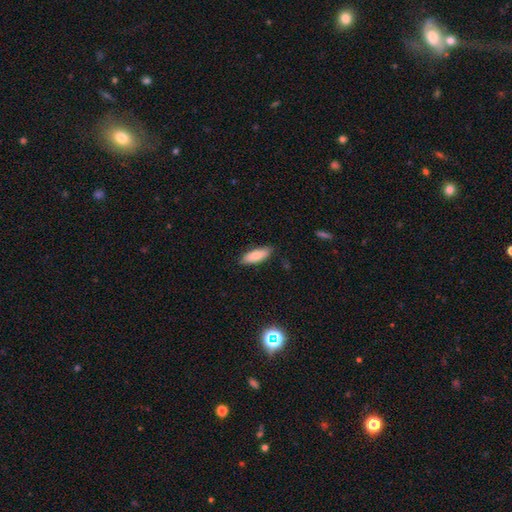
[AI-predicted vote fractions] Overall: smooth (80%). How rounded: in between (66%; cigar-shaped 32%). Merging: none (84%).